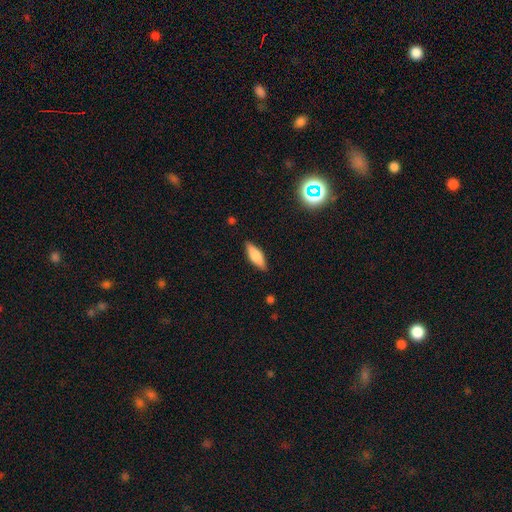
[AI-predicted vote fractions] Smooth or featured? Predicted: smooth (p=0.68). How rounded? Predicted: in between (p=0.51). Merging? Predicted: none (p=0.86).